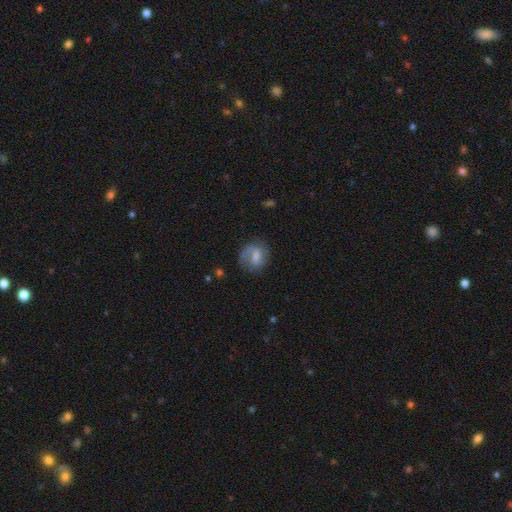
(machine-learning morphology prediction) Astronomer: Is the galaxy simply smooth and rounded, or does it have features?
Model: featured or disk — 62%.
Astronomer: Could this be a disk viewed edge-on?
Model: no — 97%.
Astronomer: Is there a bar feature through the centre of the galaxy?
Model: weak — 53%.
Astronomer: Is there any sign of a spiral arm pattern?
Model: yes — 86%.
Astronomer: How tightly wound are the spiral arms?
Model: medium — 43% (runner-up: loose, 29%).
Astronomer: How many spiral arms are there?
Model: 2 — 49% (runner-up: 1, 37%).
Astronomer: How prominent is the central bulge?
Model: moderate — 40% (runner-up: small, 36%).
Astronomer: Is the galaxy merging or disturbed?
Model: none — 66%.